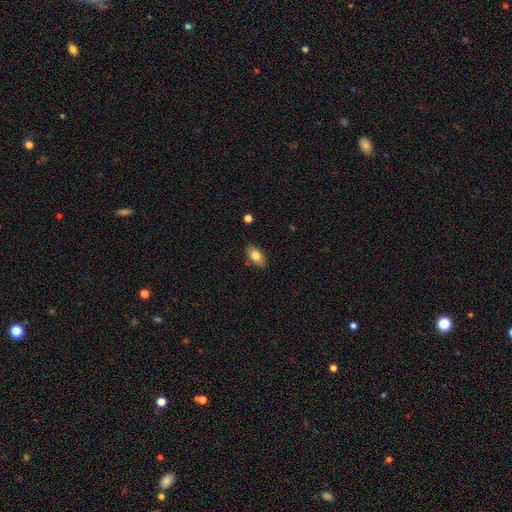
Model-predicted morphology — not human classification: This is likely a smooth galaxy (79%). How rounded: clearly in between (90%). Merging: clearly none (85%).